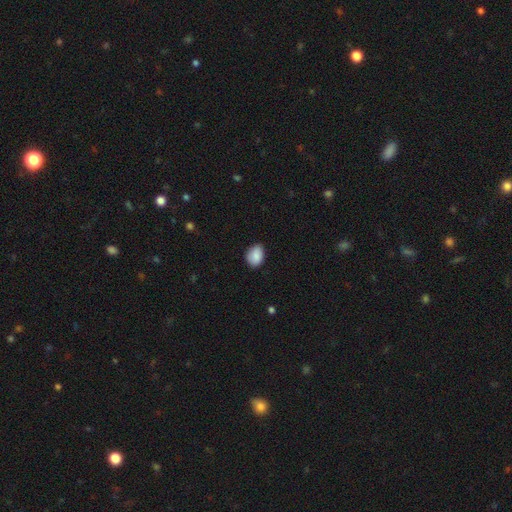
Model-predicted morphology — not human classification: Overall: smooth (86%). How rounded: in between (73%). Merging: none (76%).